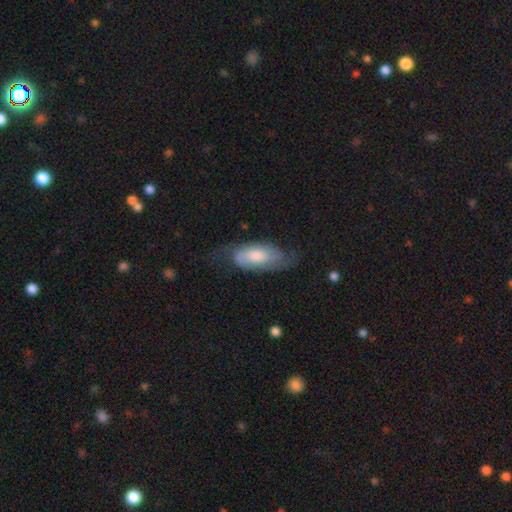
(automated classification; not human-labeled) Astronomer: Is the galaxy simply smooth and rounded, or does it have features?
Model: featured or disk — 48% (runner-up: smooth, 45%).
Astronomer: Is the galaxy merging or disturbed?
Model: none — 54%.